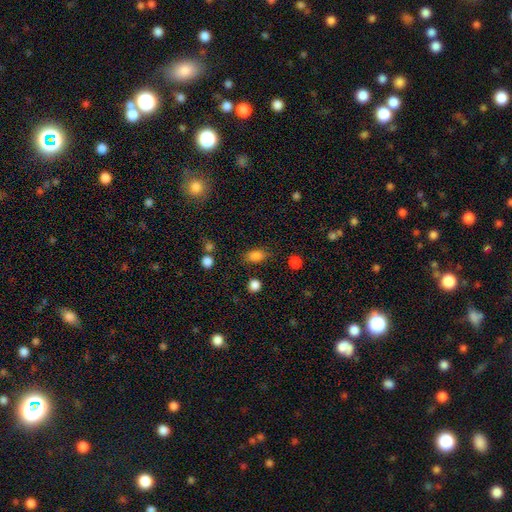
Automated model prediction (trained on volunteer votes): This is clearly a smooth galaxy (84%). How rounded: clearly in between (84%). Merging: likely none (79%).